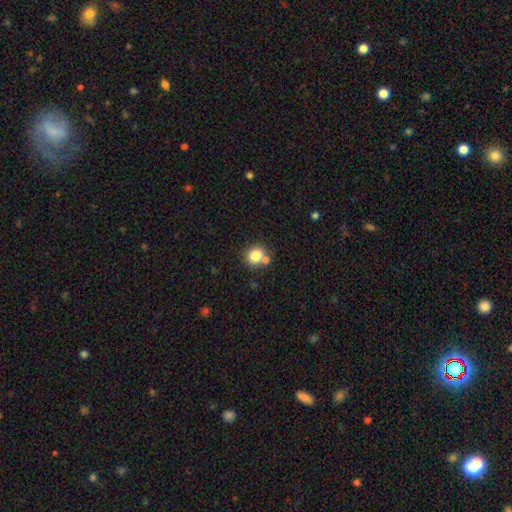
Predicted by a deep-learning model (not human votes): Morphology: type=smooth (82%); roundness=round (70%); merging=none (62%).